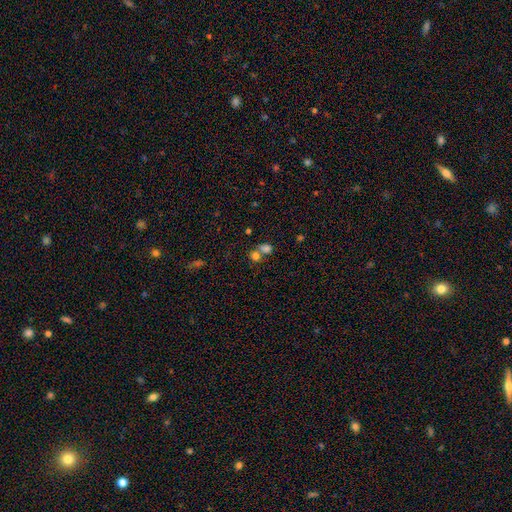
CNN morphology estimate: This appears to be a smooth galaxy with no disk features (76%) that is round (62%). Merging: merger (47%).